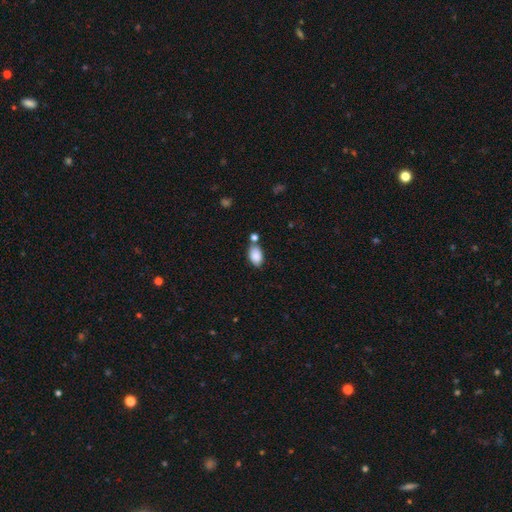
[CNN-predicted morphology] Smooth or featured: smooth — 87% (star or artifact — 7%)
How rounded: in between — 91% (round — 7%)
Merging: none — 60% (merger — 19%)